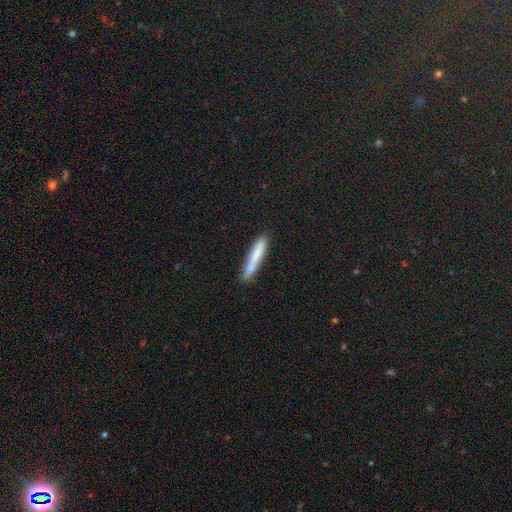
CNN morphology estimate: smooth_or_featured: smooth (p=0.77) [alt: featured or disk p=0.17]
how_rounded: cigar-shaped (p=0.94) [alt: in between p=0.04]
merging: none (p=0.82) [alt: minor disturbance p=0.14]